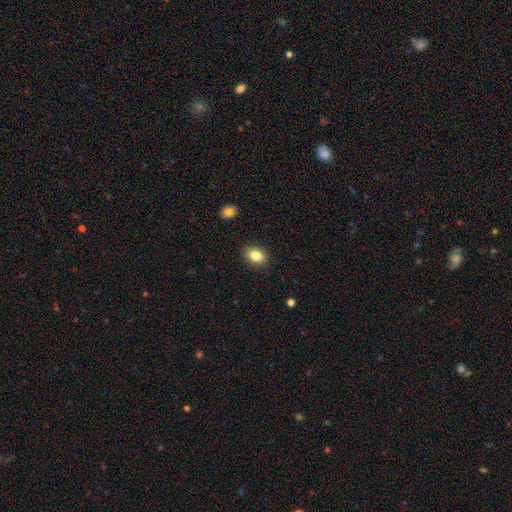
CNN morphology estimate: Smooth or featured? smooth (84%)
How rounded? in between (77%)
Merging? none (88%)